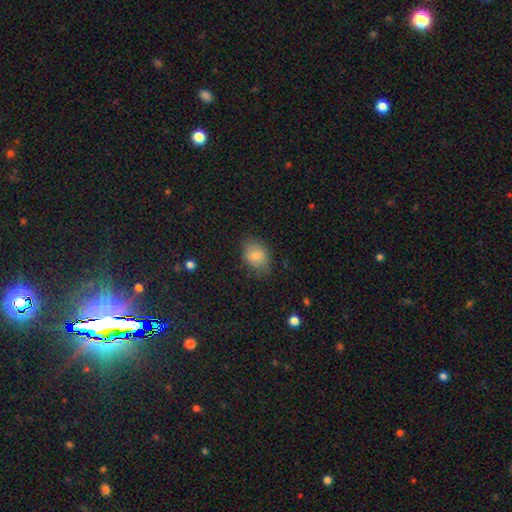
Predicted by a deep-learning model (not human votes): Morphology: type=smooth (79%); roundness=in between (67%); merging=none (72%).